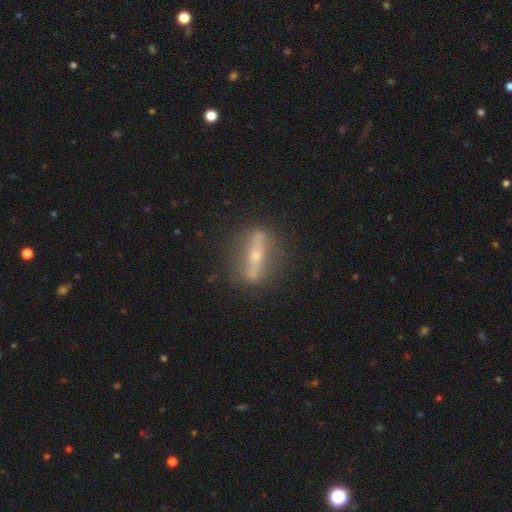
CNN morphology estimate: The model was most divided on "edge-on disk": yes: 70%, no: 30%. More confident: edge-on bulge — rounded (91%); merging — none (81%); smooth or featured — featured or disk (75%).